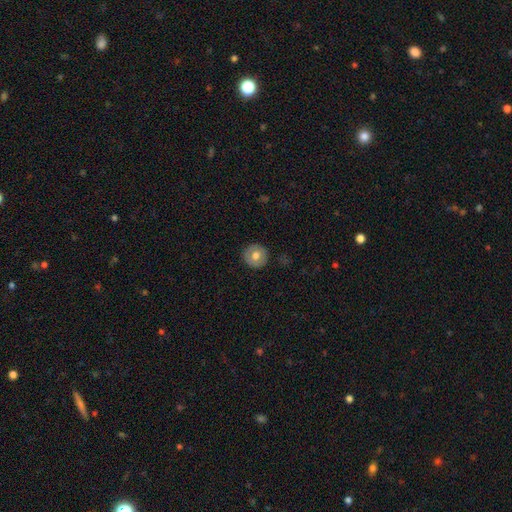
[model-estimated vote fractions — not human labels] Overall: smooth (68%). How rounded: round (93%). Merging: none (89%).